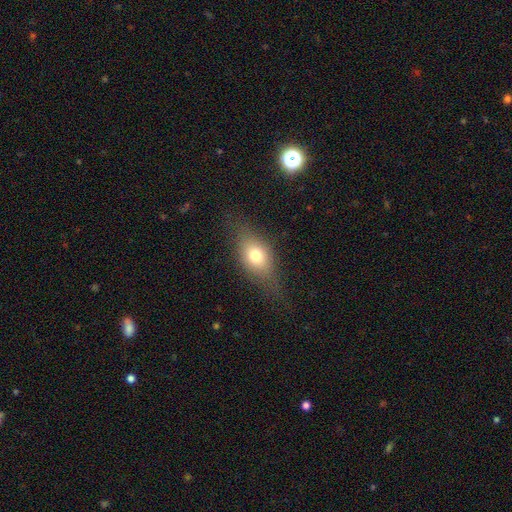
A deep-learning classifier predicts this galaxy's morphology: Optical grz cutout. It shows a smooth galaxy with no disk features (68%) that is in between round and cigar-shaped (73%). Merging: none (67%).